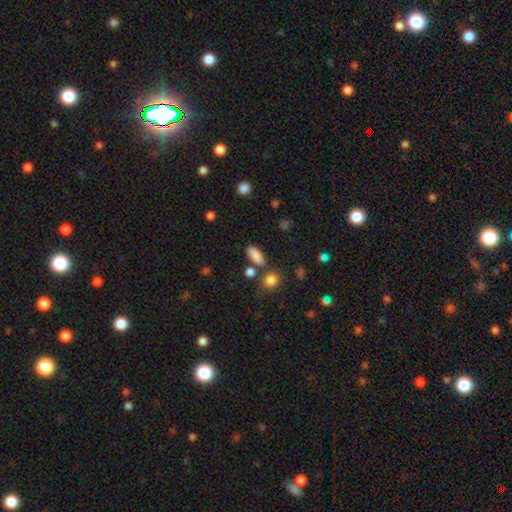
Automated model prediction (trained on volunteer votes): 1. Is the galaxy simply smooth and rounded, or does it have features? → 85% smooth, 9% star or artifact, 6% featured or disk.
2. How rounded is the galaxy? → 80% in between, 13% cigar-shaped, 6% round.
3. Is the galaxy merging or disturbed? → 72% none, 13% minor disturbance, 11% merger, 4% major disturbance.